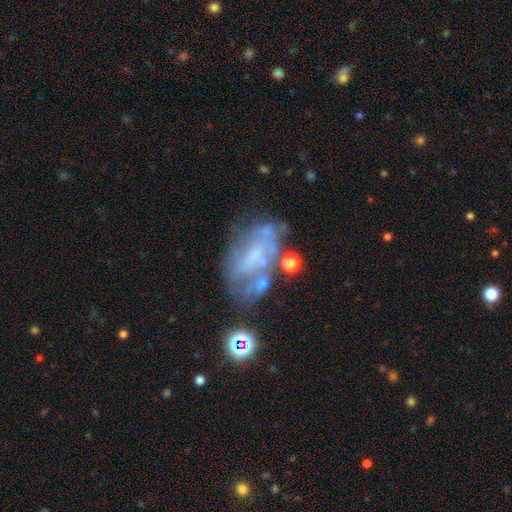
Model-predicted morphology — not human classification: A featured or disk galaxy (62%) with no bar (60%), no spiral arms (61%) and no central bulge (53%). Merging: none (41%).